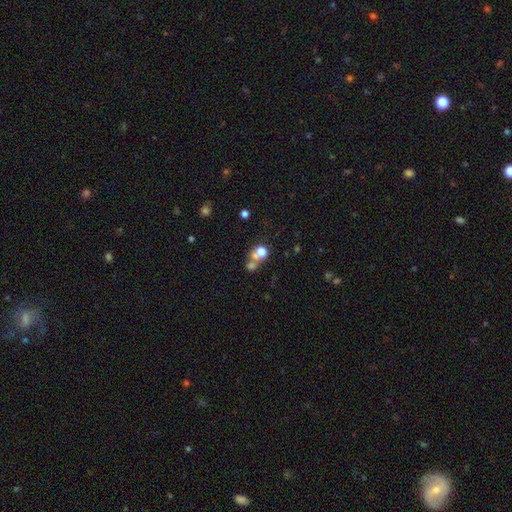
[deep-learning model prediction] A smooth galaxy with no disk features (62%) that is round (78%). Merging: merger (45%).